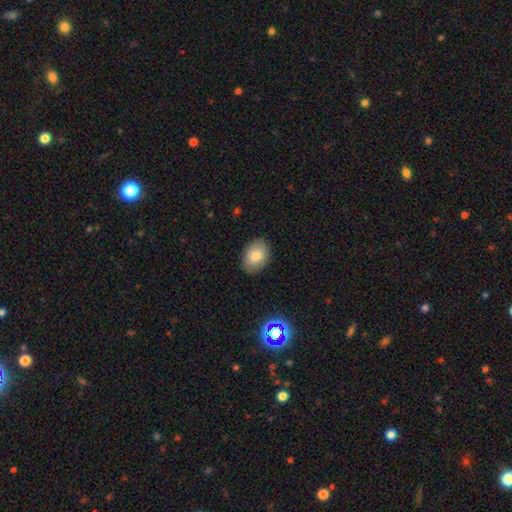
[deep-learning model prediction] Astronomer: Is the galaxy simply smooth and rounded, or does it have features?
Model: smooth — 79%.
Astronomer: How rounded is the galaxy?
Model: in between — 74%.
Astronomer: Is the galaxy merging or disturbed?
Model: none — 86%.